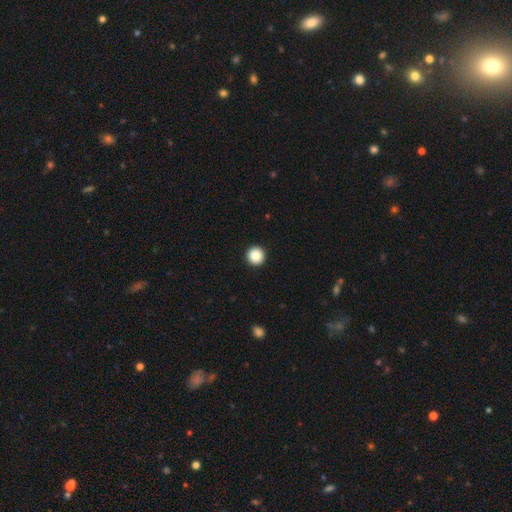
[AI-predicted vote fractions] Smooth or featured: smooth — 86% (star or artifact — 9%)
How rounded: round — 97% (in between — 2%)
Merging: none — 94% (minor disturbance — 3%)